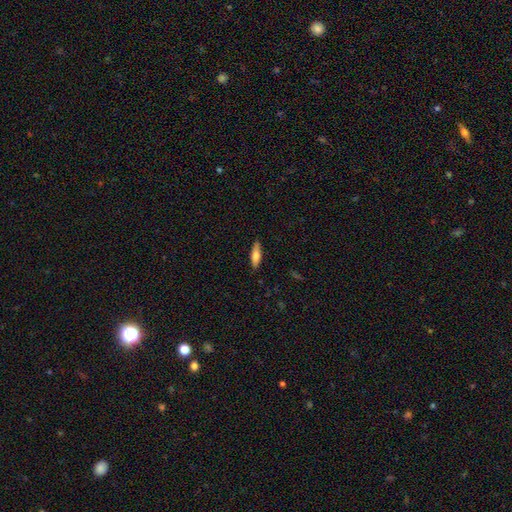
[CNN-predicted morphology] smooth 67%, featured or disk 26%, star or artifact 6%. Down the decision tree: how rounded — cigar-shaped (56%); merging — none (87%).